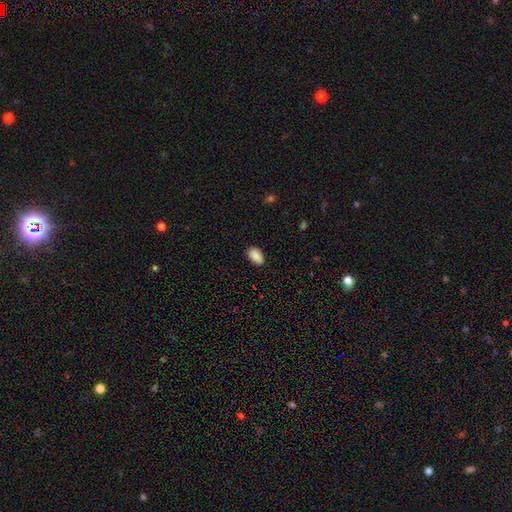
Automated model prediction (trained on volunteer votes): Smooth or featured?
  - smooth: 89% *
  - star or artifact: 7%
  - featured or disk: 3%
How rounded?
  - in between: 93% *
  - round: 6%
  - cigar-shaped: 2%
Merging?
  - none: 86% *
  - minor disturbance: 10%
  - major disturbance: 2%
  - merger: 1%